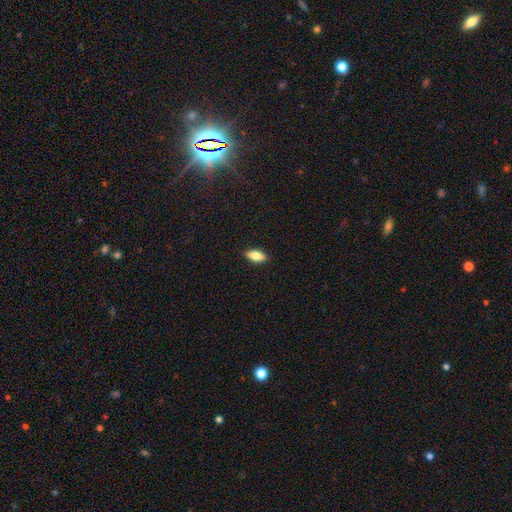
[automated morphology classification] smooth 79%, featured or disk 14%, star or artifact 7%. Down the decision tree: how rounded — in between (85%); merging — none (89%).